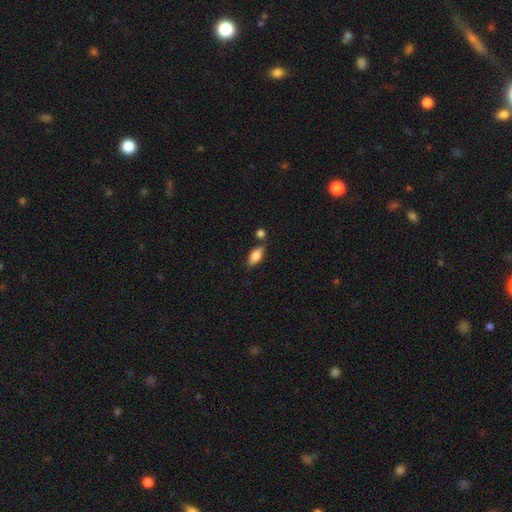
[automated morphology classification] Overall: smooth (73%). How rounded: in between (77%). Merging: none (71%).